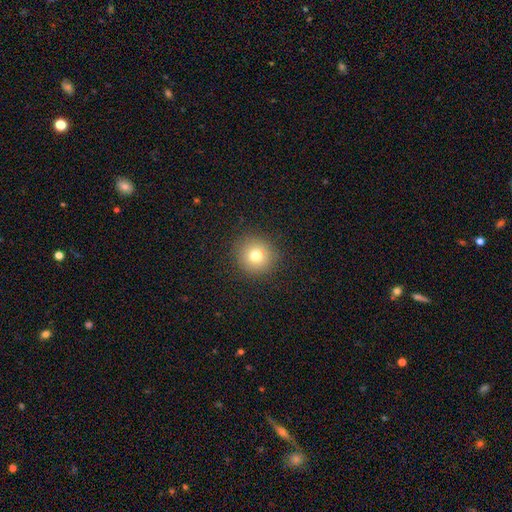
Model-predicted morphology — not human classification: The model was most divided on "smooth or featured": smooth: 76%, star or artifact: 13%, featured or disk: 11%. More confident: how rounded — round (95%); merging — none (90%).